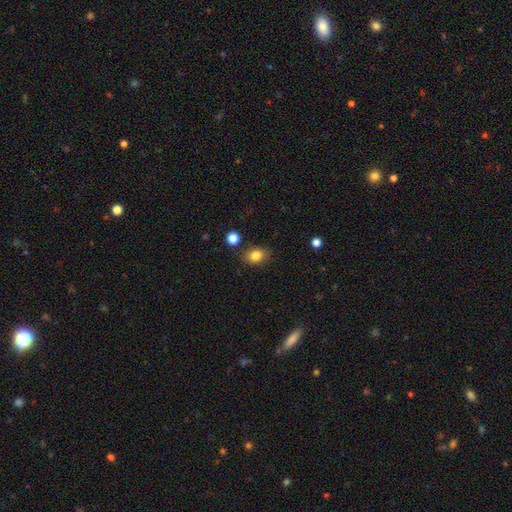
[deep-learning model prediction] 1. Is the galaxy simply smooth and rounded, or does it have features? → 83% smooth, 10% star or artifact, 6% featured or disk.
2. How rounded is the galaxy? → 65% in between, 34% round, 1% cigar-shaped.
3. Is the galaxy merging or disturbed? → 81% none, 12% minor disturbance, 3% merger, 3% major disturbance.